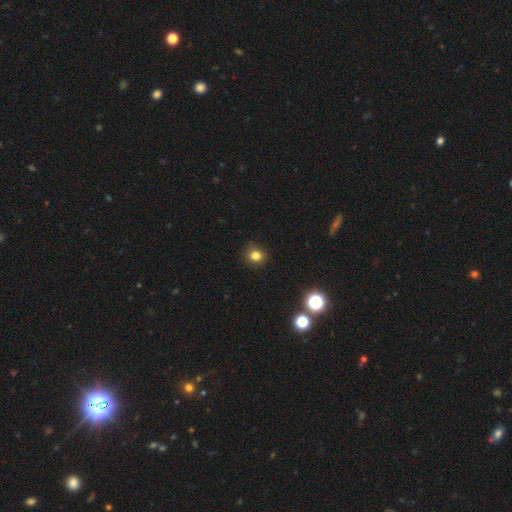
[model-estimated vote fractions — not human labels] Smooth or featured? smooth (80%)
How rounded? round (83%)
Merging? none (87%)